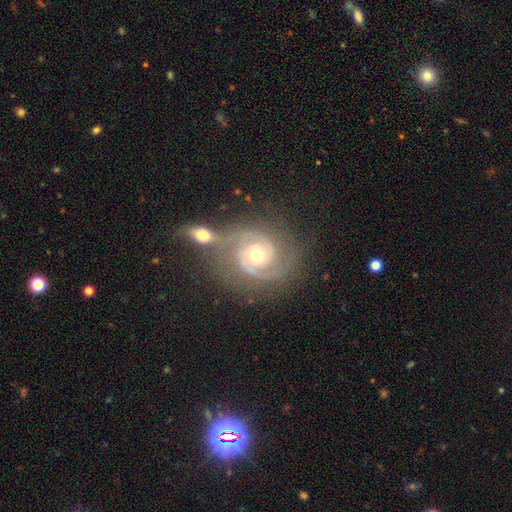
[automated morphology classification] A featured or disk galaxy (86%) with no bar (62%), 2 (85%) tight (60%) spiral arms (97%) and a moderate central bulge (61%). Merging: none (61%).